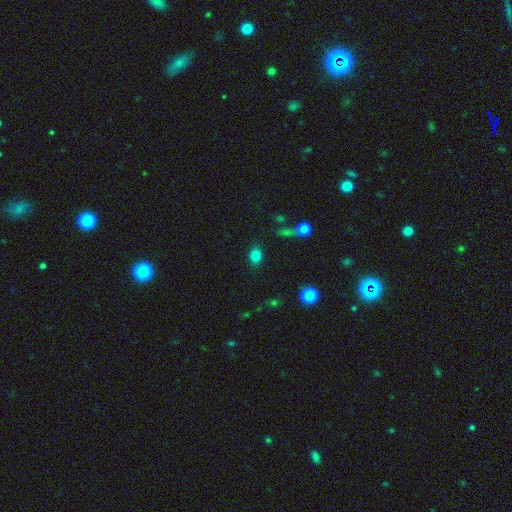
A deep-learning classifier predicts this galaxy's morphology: smooth 83%, star or artifact 12%, featured or disk 6%. Down the decision tree: how rounded — round (61%); merging — none (85%).